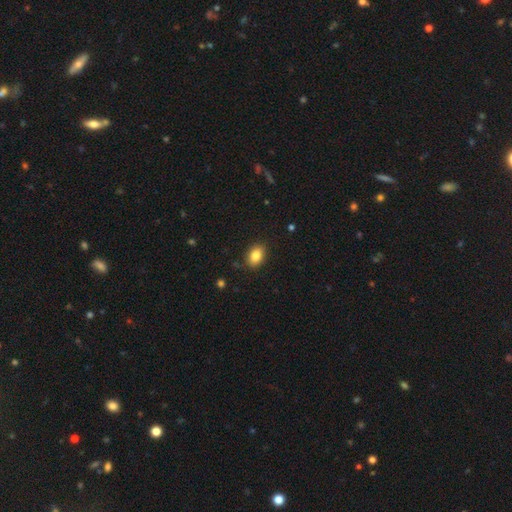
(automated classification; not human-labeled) Morphology: type=smooth (84%); roundness=in between (79%); merging=none (86%).